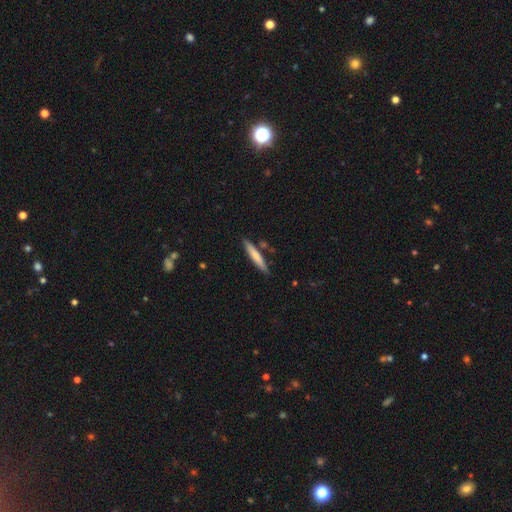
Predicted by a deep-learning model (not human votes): This is likely a smooth galaxy (70%). How rounded: clearly cigar-shaped (93%). Merging: clearly none (84%).